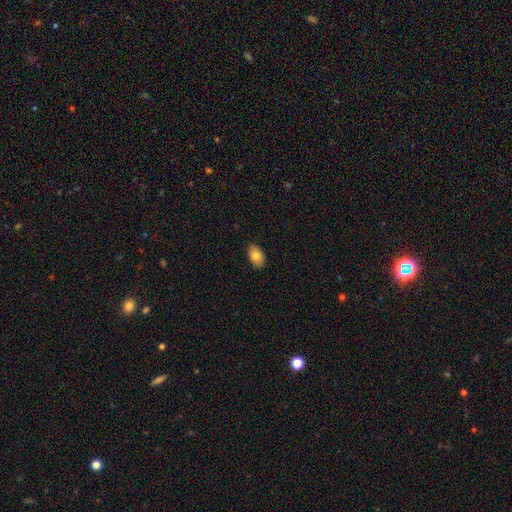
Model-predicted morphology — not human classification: smooth_or_featured: smooth (p=0.82) [alt: featured or disk p=0.11]
how_rounded: in between (p=0.91) [alt: round p=0.08]
merging: none (p=0.86) [alt: minor disturbance p=0.11]